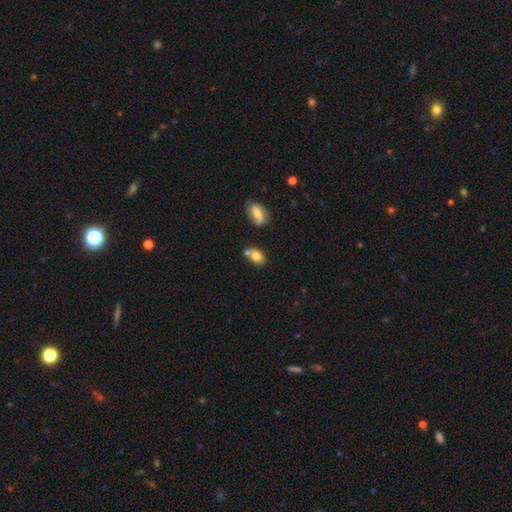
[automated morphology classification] Smooth or featured? smooth (77%)
How rounded? in between (80%)
Merging? none (47%)